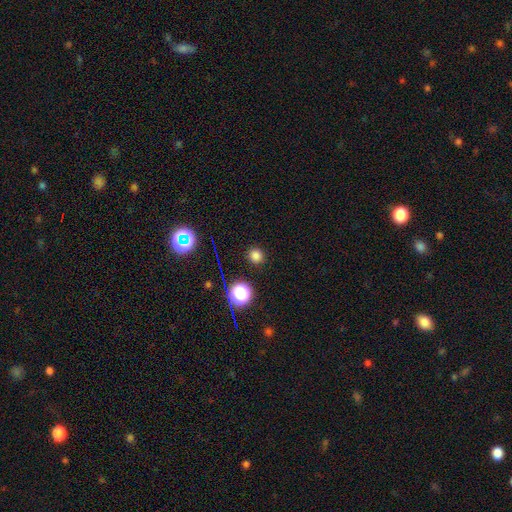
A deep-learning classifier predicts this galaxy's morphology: Smooth or featured? smooth (75%)
How rounded? round (92%)
Merging? none (90%)